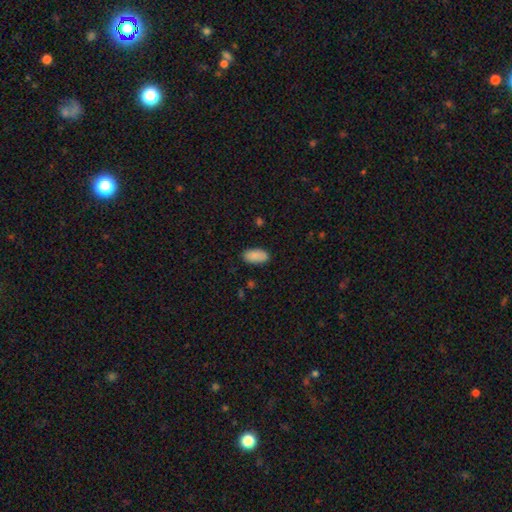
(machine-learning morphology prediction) Smooth or featured? Predicted: smooth (p=0.89). How rounded? Predicted: in between (p=0.94). Merging? Predicted: none (p=0.86).